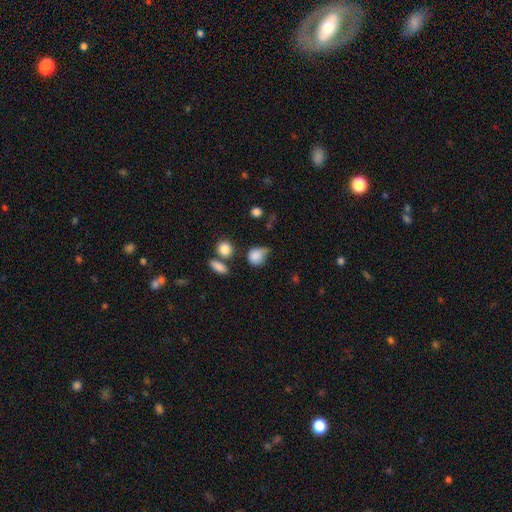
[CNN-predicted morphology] Q: Smooth or featured?
A: smooth (83%); runner-up: star or artifact (9%)
Q: How rounded?
A: round (59%); runner-up: in between (39%)
Q: Merging?
A: none (41%); runner-up: minor disturbance (37%)